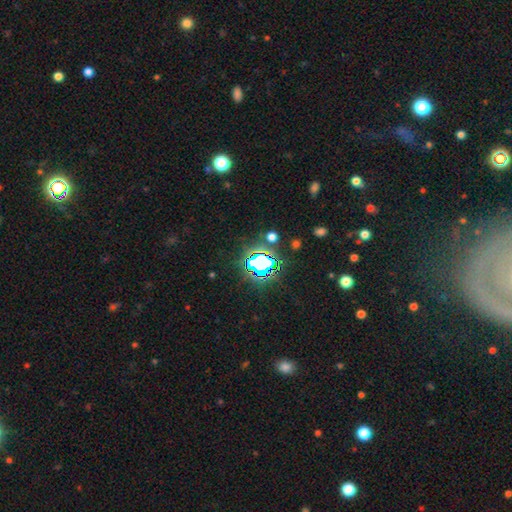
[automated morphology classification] Smooth or featured? Predicted: star or artifact (p=0.80).